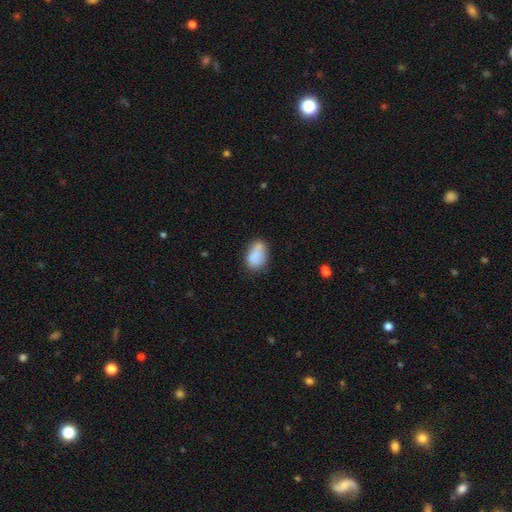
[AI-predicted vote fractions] smooth-or-featured: smooth: 80% | featured or disk: 12% | star or artifact: 8%
  how-rounded: in between: 87% | round: 11% | cigar-shaped: 2%
  merging: none: 55% | minor disturbance: 28% | merger: 9% | major disturbance: 9%